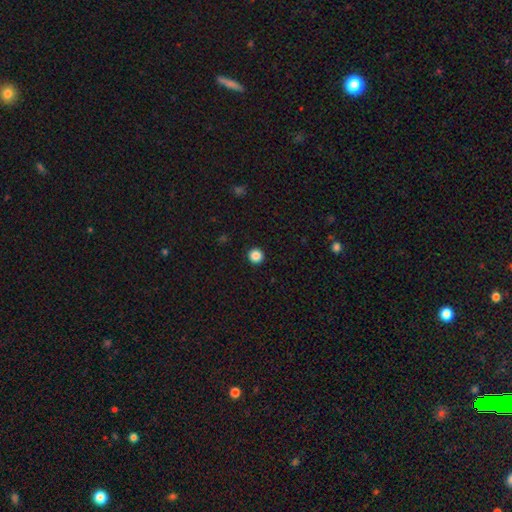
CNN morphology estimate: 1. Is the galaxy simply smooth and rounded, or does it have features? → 87% smooth, 10% star or artifact, 3% featured or disk.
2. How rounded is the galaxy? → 96% round, 3% in between, 1% cigar-shaped.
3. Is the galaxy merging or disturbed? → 94% none, 4% minor disturbance, 1% major disturbance, 1% merger.